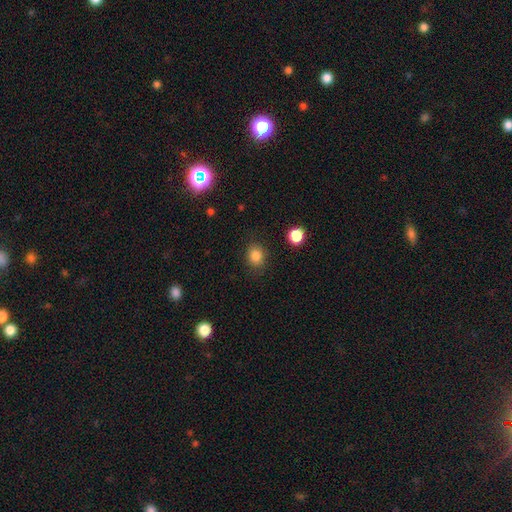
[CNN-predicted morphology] type=smooth (84%); roundness=round (59%); merging=none (86%).